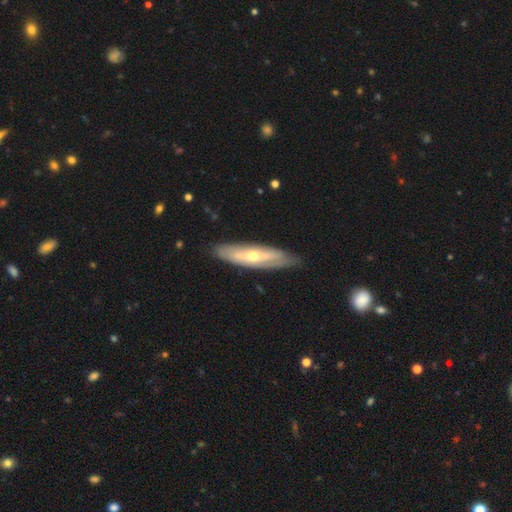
This is possibly a featured or disk galaxy (46%). It is clearly viewed edge-on (83%). Edge-on bulge: clearly rounded (100%). Merging: clearly none (94%).